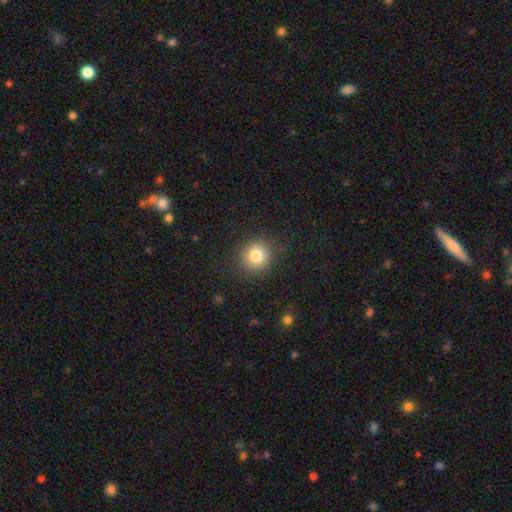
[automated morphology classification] Overall: smooth (81%). How rounded: round (88%). Merging: none (88%).